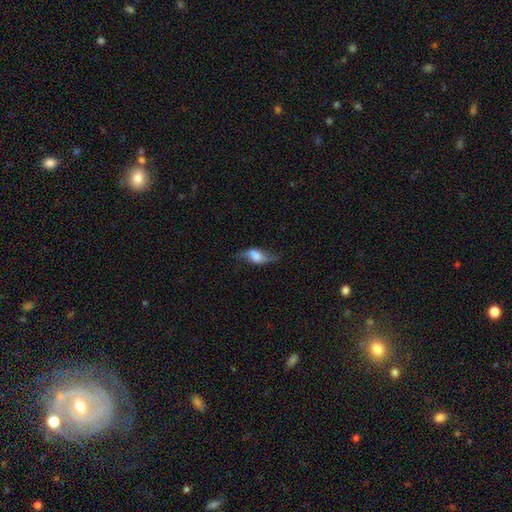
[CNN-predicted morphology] smooth-or-featured: featured or disk: 62% | smooth: 29% | star or artifact: 9%
  disk-edge-on: no: 73% | yes: 27%
  merging: none: 65% | minor disturbance: 20% | major disturbance: 12% | merger: 2%